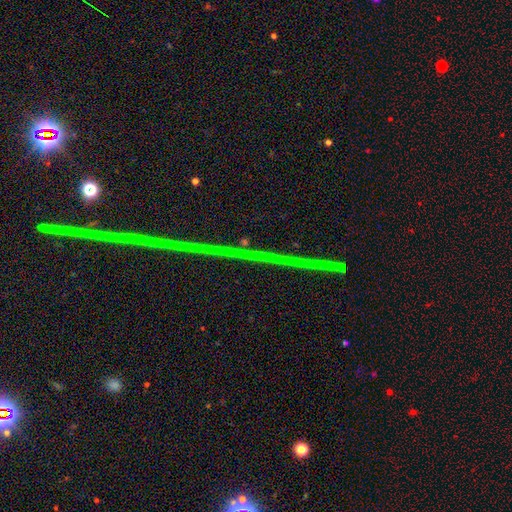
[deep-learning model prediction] Morphology: type=star or artifact (79%).